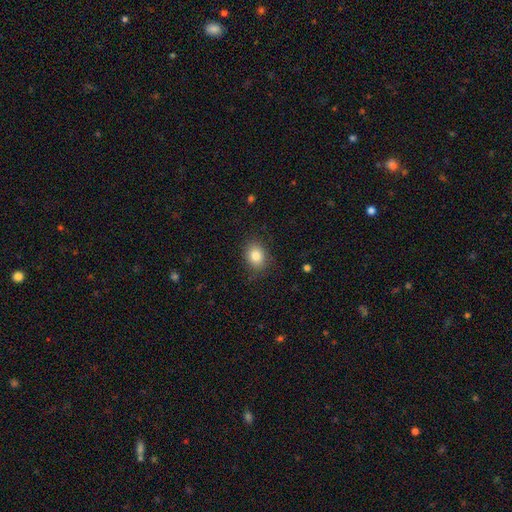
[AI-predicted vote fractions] smooth-or-featured: smooth: 84% | star or artifact: 9% | featured or disk: 7%
  how-rounded: in between: 57% | round: 42% | cigar-shaped: 1%
  merging: none: 84% | minor disturbance: 12% | major disturbance: 3% | merger: 1%